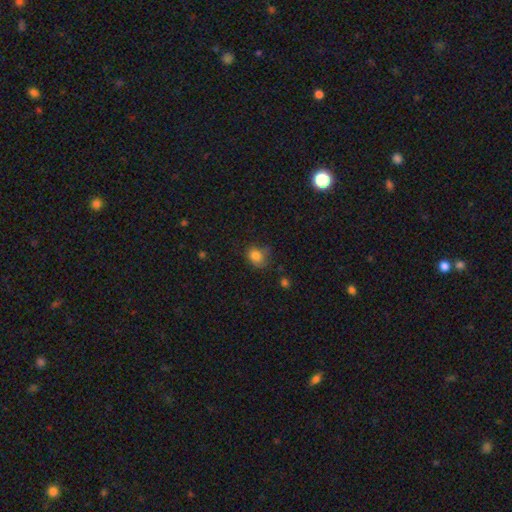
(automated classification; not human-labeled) Smooth or featured? smooth (82%)
How rounded? round (59%)
Merging? none (58%)